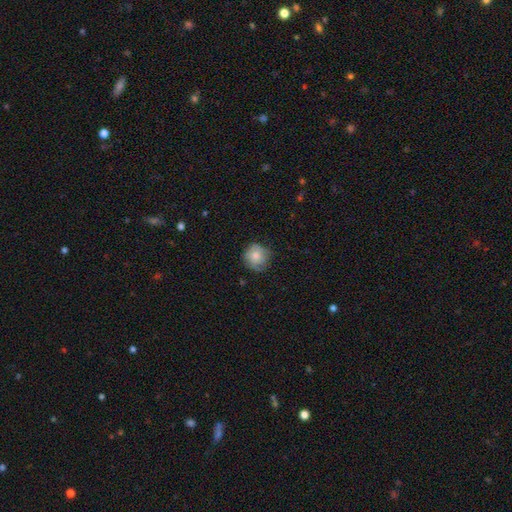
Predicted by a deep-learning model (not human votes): Smooth or featured? smooth (74%)
How rounded? round (89%)
Merging? none (72%)